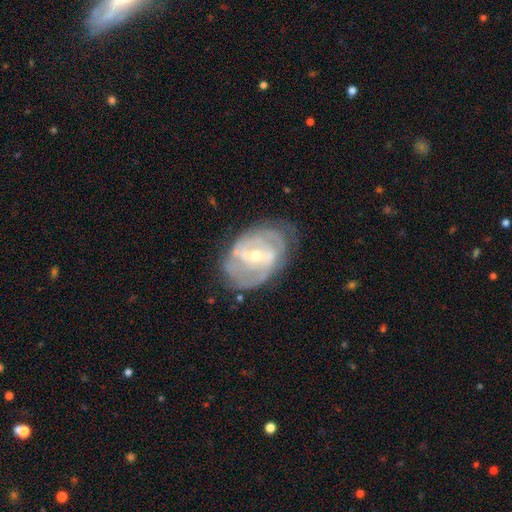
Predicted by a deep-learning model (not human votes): The model was most divided on "bar": weak: 42%, strong: 41%, no: 17%. Remaining: edge-on disk — no (96%); spiral arms — yes (86%); smooth or featured — featured or disk (84%); merging — none (66%); bulge size — small (56%); spiral winding — tight (53%); spiral arm count — 2 (47%).